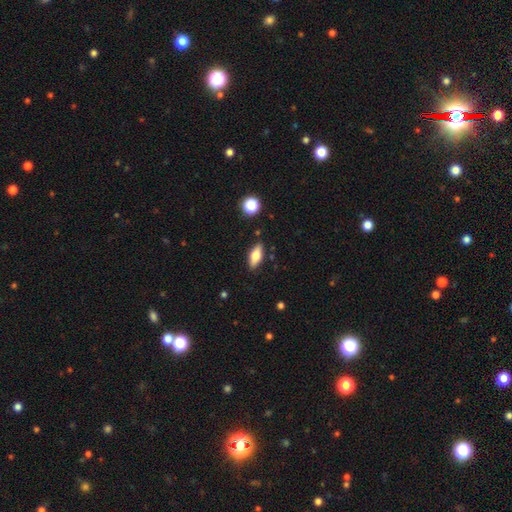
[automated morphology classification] Smooth or featured? Predicted: smooth (p=0.67). How rounded? Predicted: in between (p=0.74). Merging? Predicted: none (p=0.85).